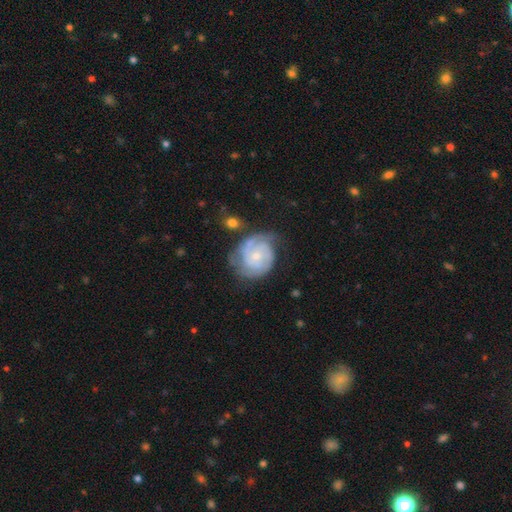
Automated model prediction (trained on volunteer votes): Smooth or featured? Predicted: featured or disk (p=0.82). Edge-on disk? Predicted: no (p=0.98). Bar? Predicted: no (p=0.71). Spiral arms? Predicted: yes (p=0.94). Spiral winding? Predicted: tight (p=0.59). Spiral arm count? Predicted: 2 (p=0.39). Bulge size? Predicted: small (p=0.64). Merging? Predicted: none (p=0.59).